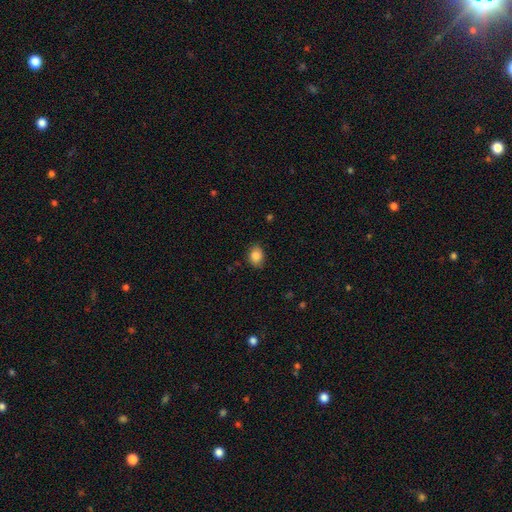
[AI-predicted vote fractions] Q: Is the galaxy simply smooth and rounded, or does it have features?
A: smooth — 86%.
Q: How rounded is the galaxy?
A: in between — 61%.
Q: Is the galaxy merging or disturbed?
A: none — 80%.